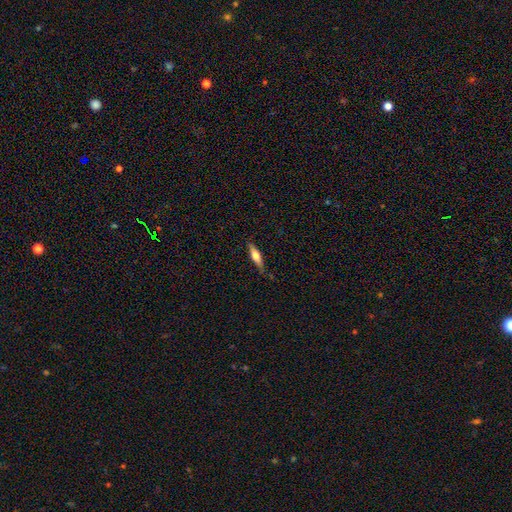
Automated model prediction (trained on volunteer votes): This is possibly a smooth galaxy (53%). How rounded: likely cigar-shaped (72%). Merging: likely none (79%).